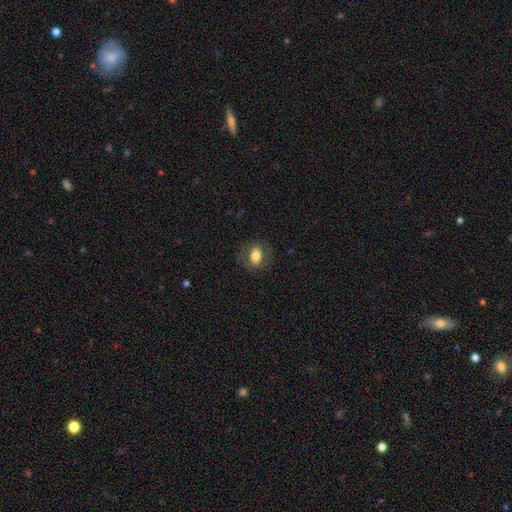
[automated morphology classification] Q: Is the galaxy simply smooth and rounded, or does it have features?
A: smooth — 67%.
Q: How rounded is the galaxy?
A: in between — 72%.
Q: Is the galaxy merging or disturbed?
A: none — 78%.